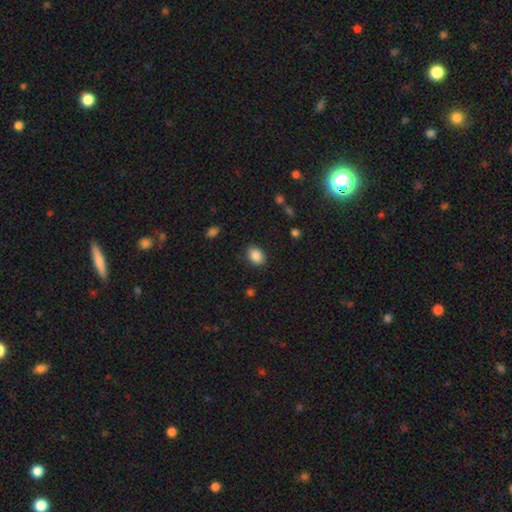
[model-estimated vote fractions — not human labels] The model was most divided on "how rounded": in between: 75%, round: 24%, cigar-shaped: 1%. More confident: smooth or featured — smooth (88%); merging — none (86%).